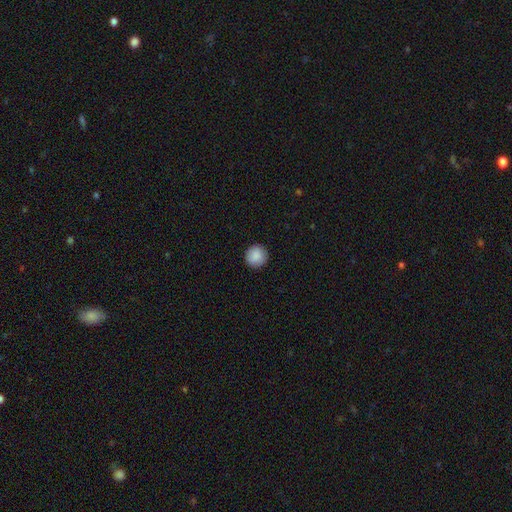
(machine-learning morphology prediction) A smooth galaxy with no disk features (89%) that is round (94%). Merging: none (92%).